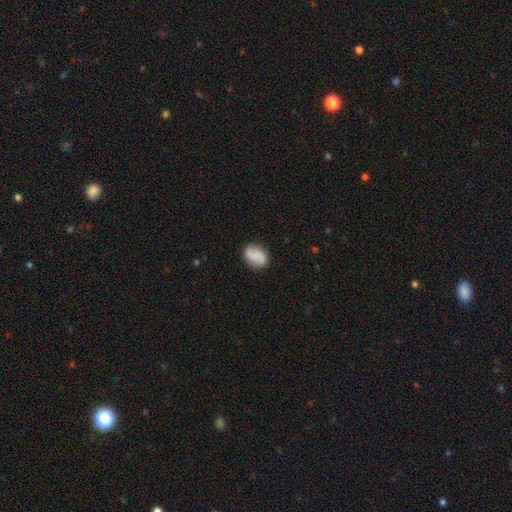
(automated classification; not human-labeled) Overall: smooth (59%; featured or disk 32%). How rounded: in between (64%; round 34%). Merging: none (80%).